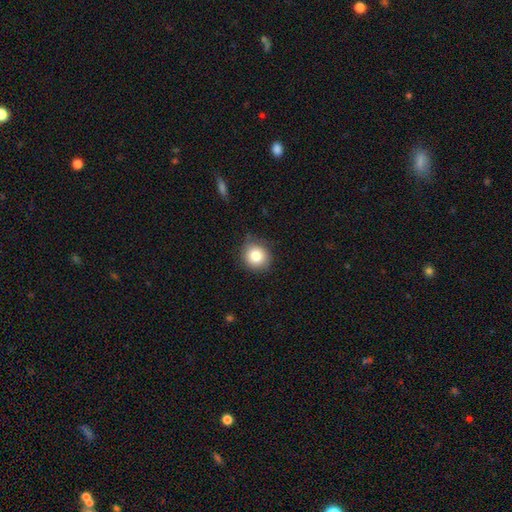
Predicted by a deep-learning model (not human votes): Smooth or featured?
  - smooth: 82% *
  - star or artifact: 9%
  - featured or disk: 8%
How rounded?
  - round: 88% *
  - in between: 11%
  - cigar-shaped: 1%
Merging?
  - none: 79% *
  - minor disturbance: 17%
  - major disturbance: 3%
  - merger: 1%